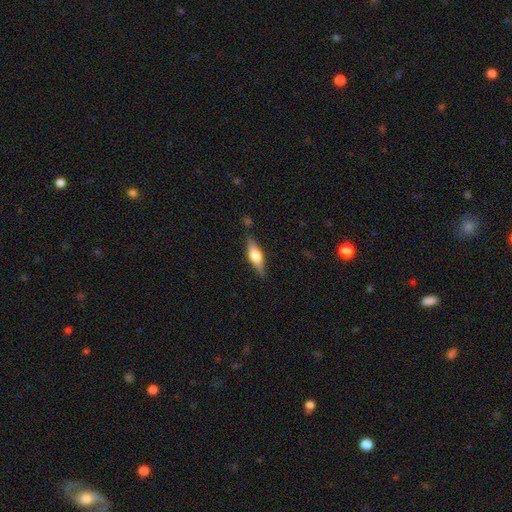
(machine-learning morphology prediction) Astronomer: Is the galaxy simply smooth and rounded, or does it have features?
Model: featured or disk — 56% (runner-up: smooth, 37%).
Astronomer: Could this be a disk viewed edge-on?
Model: yes — 94%.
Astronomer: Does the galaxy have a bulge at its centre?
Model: rounded — 89%.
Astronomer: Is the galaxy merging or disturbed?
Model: none — 82%.